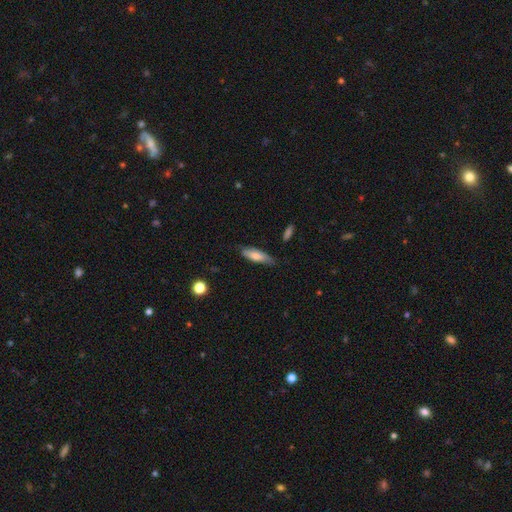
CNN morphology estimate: The model was most divided on "how rounded" (2-way tie): in between: 49%, cigar-shaped: 49%, round: 2%. More confident: merging — none (73%); smooth or featured — smooth (70%).